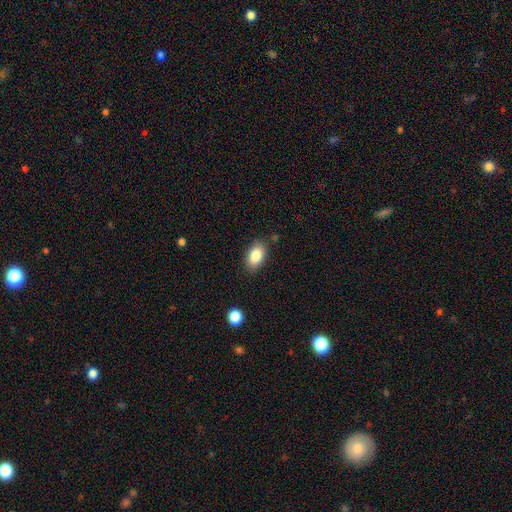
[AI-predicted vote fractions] This is clearly a smooth galaxy (85%). How rounded: clearly in between (90%). Merging: clearly none (84%).